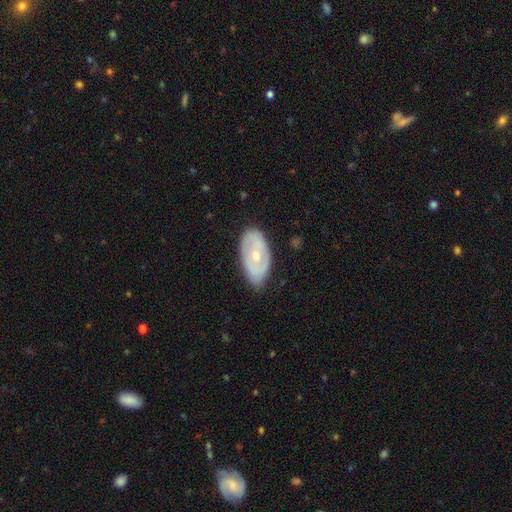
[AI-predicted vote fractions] featured or disk 61%, smooth 33%, star or artifact 6%. Down the decision tree: edge-on disk — no (90%); bar — no (71%); spiral arms — no (59%); bulge size — small (53%); merging — none (79%).